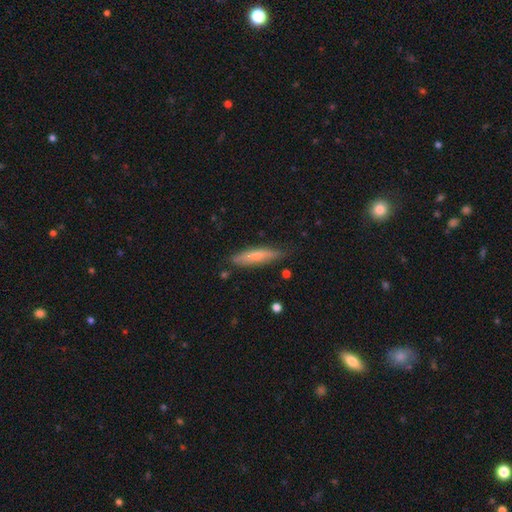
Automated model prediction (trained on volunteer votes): smooth 66%, featured or disk 28%, star or artifact 6%. Down the decision tree: how rounded — cigar-shaped (80%); merging — none (78%).